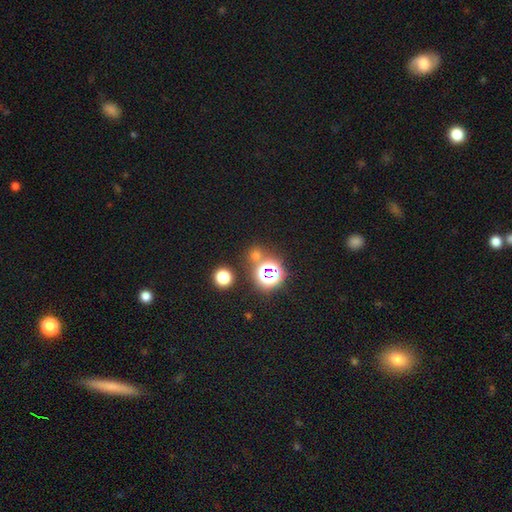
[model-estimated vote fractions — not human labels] Smooth or featured? smooth (48%)
Merging? none (72%)